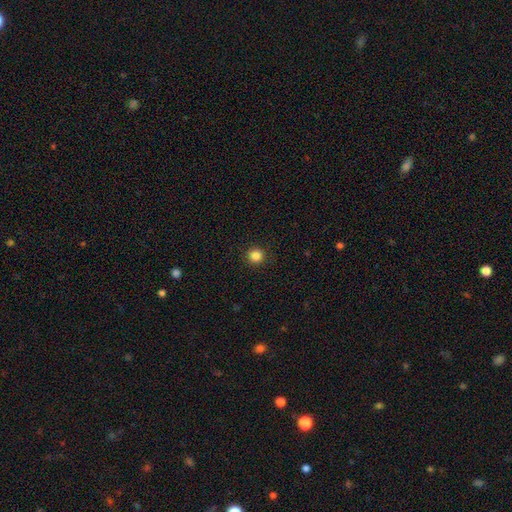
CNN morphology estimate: smooth-or-featured: smooth: 85% | star or artifact: 11% | featured or disk: 4%
  how-rounded: round: 94% | in between: 5% | cigar-shaped: 1%
  merging: none: 93% | minor disturbance: 5% | major disturbance: 2% | merger: 1%